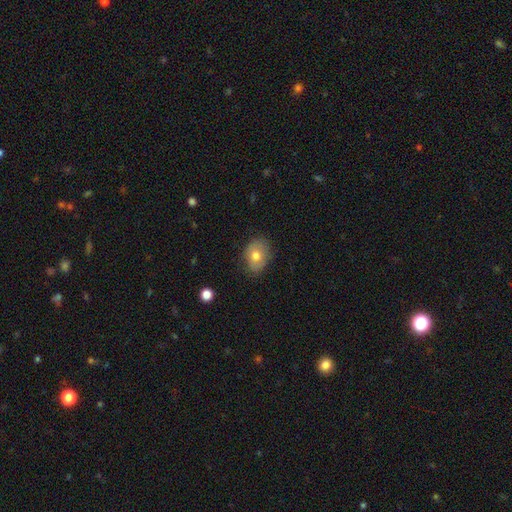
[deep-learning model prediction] Smooth or featured: smooth — 72% (featured or disk — 20%)
How rounded: in between — 67% (round — 32%)
Merging: none — 74% (minor disturbance — 20%)